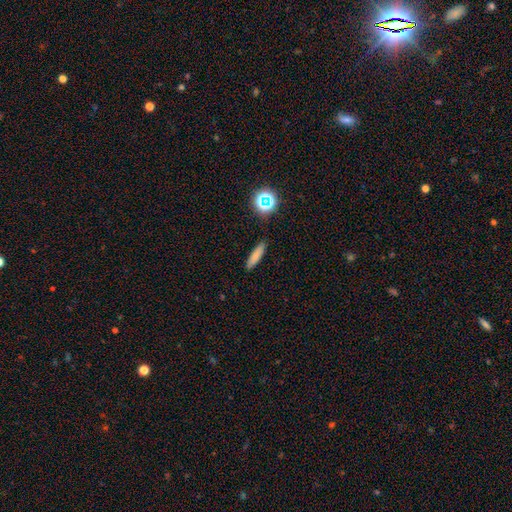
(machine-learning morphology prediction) smooth-or-featured: smooth: 77% | star or artifact: 12% | featured or disk: 11%
  how-rounded: cigar-shaped: 78% | in between: 19% | round: 3%
  merging: none: 88% | minor disturbance: 8% | major disturbance: 2% | merger: 2%